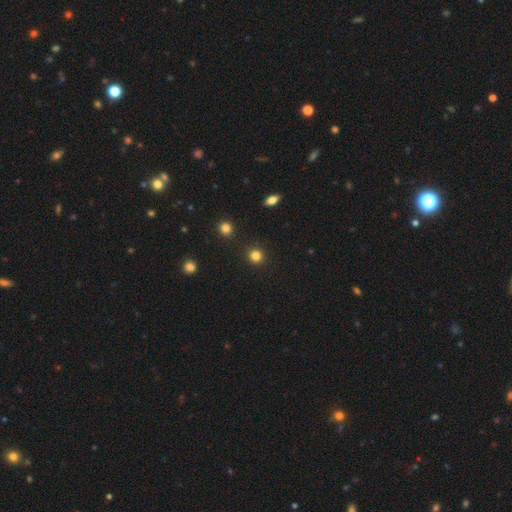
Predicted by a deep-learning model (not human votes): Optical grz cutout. It shows a smooth galaxy with no disk features (83%) that is round (94%). Merging: none (92%).